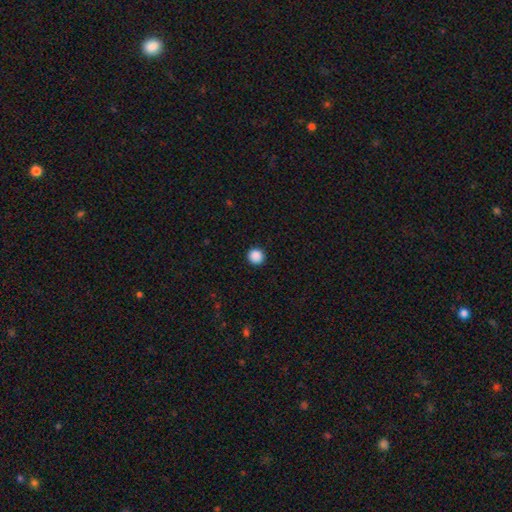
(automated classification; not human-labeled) A smooth galaxy with no disk features (88%) that is round (94%).

Vote fractions:
- Smooth or featured? smooth: 88% / star or artifact: 9% / featured or disk: 2%
- How rounded? round: 94% / in between: 5% / cigar-shaped: 1%
- Merging? none: 92% / minor disturbance: 5% / major disturbance: 2% / merger: 1%